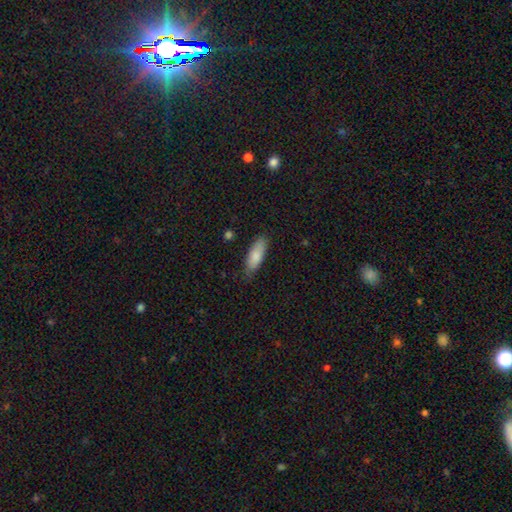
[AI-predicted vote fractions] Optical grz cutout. It shows a smooth galaxy with no disk features (83%) that is in between round and cigar-shaped (62%). Merging: none (80%).